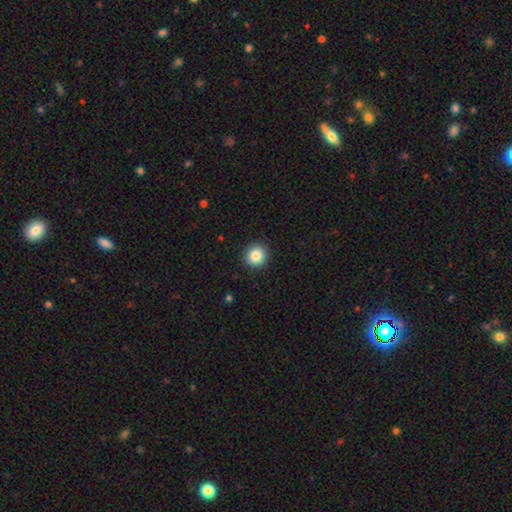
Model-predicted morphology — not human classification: Q: Smooth or featured?
A: smooth (86%); runner-up: star or artifact (9%)
Q: How rounded?
A: round (92%); runner-up: in between (7%)
Q: Merging?
A: none (92%); runner-up: minor disturbance (6%)